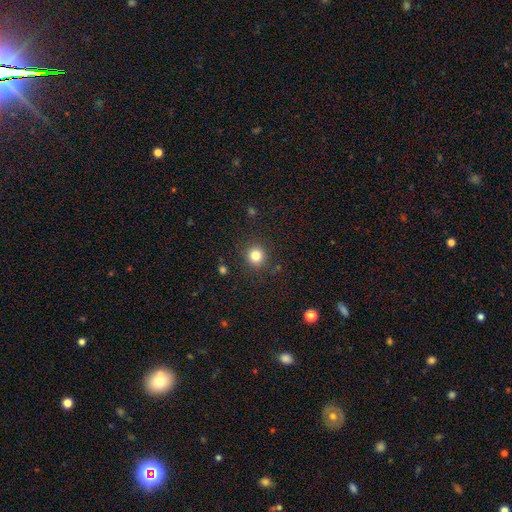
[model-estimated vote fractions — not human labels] Smooth or featured?
  - smooth: 81% *
  - star or artifact: 13%
  - featured or disk: 6%
How rounded?
  - round: 93% *
  - in between: 7%
  - cigar-shaped: 1%
Merging?
  - none: 89% *
  - minor disturbance: 7%
  - major disturbance: 3%
  - merger: 2%